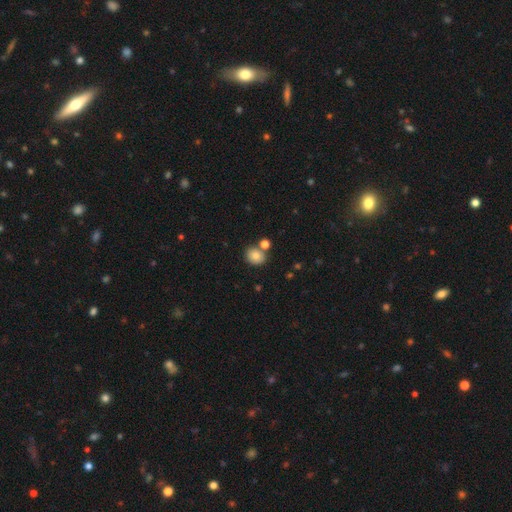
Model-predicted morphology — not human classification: Smooth or featured: smooth — 81% (star or artifact — 10%)
How rounded: round — 71% (in between — 28%)
Merging: none — 70% (merger — 18%)